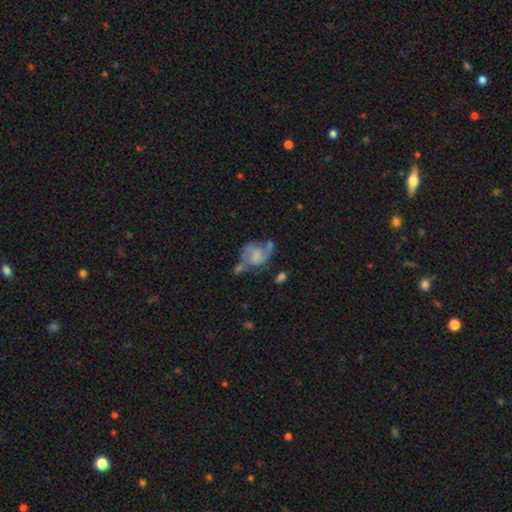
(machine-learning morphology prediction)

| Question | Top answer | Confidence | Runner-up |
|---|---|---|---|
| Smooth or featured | featured or disk | 58% | smooth (33%) |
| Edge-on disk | no | 98% | yes (2%) |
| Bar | no | 58% | weak (34%) |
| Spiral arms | yes | 77% | no (23%) |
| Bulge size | none | 49% | small (23%) |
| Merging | none | 32% | major disturbance (26%) |